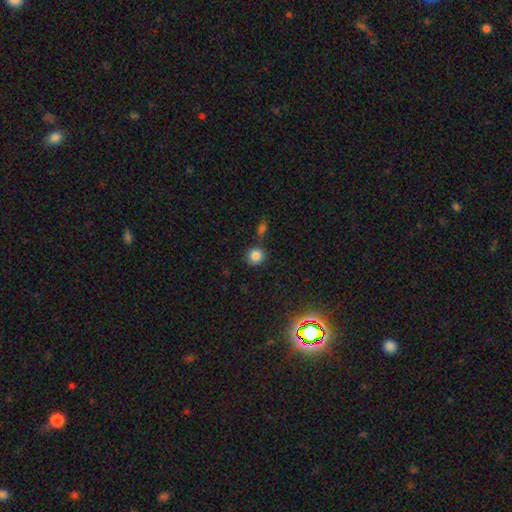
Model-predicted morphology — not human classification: smooth 84%, star or artifact 11%, featured or disk 5%. Down the decision tree: how rounded — round (89%); merging — none (78%).